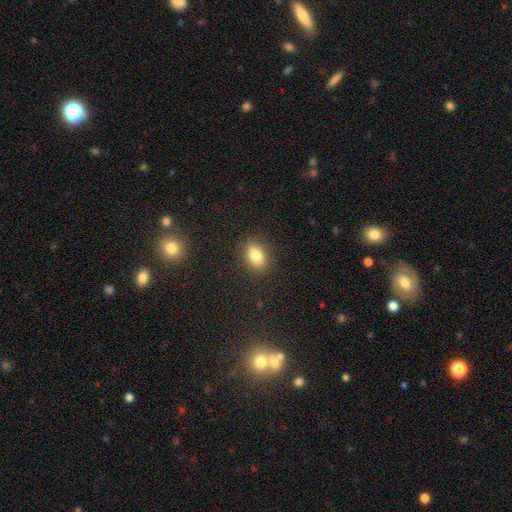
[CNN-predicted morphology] The model was most divided on "how rounded": in between: 81%, round: 17%, cigar-shaped: 2%. More confident: merging — none (87%); smooth or featured — smooth (82%).